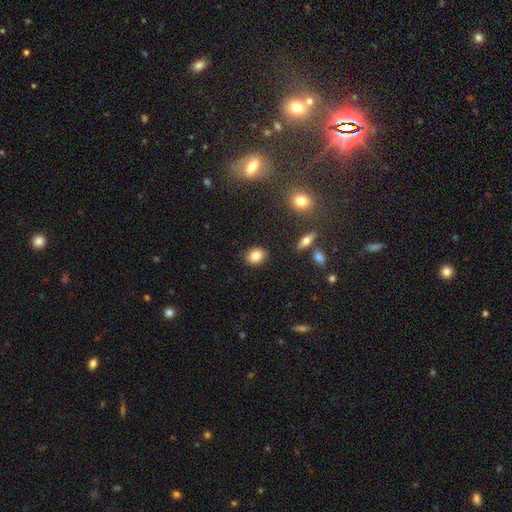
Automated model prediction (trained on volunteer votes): Smooth or featured?
  - smooth: 84% *
  - star or artifact: 9%
  - featured or disk: 7%
How rounded?
  - in between: 53% *
  - round: 46%
  - cigar-shaped: 2%
Merging?
  - none: 87% *
  - minor disturbance: 8%
  - major disturbance: 2%
  - merger: 2%